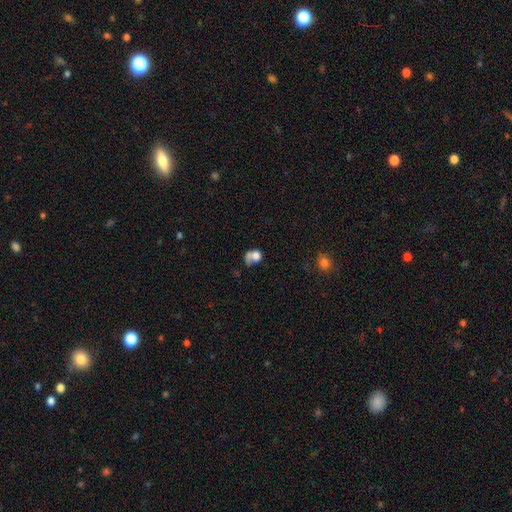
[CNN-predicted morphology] This appears to be a smooth galaxy with no disk features (61%) that is round (52%). Merging: major disturbance (37%).